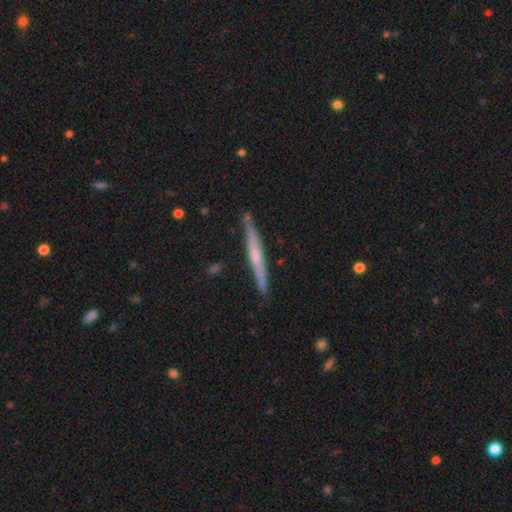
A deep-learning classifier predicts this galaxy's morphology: This is likely a featured or disk galaxy (63%). It is clearly viewed edge-on (97%). Edge-on bulge: possibly rounded (48%). Merging: clearly none (87%).